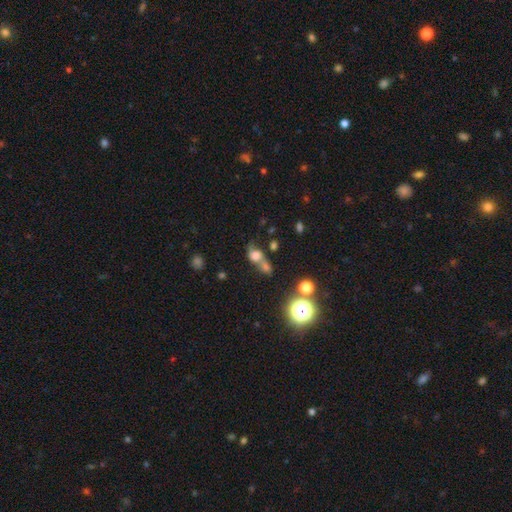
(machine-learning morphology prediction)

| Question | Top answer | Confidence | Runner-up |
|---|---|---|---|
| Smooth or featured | smooth | 61% | featured or disk (21%) |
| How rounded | round | 55% | in between (41%) |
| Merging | merger | 54% | none (25%) |